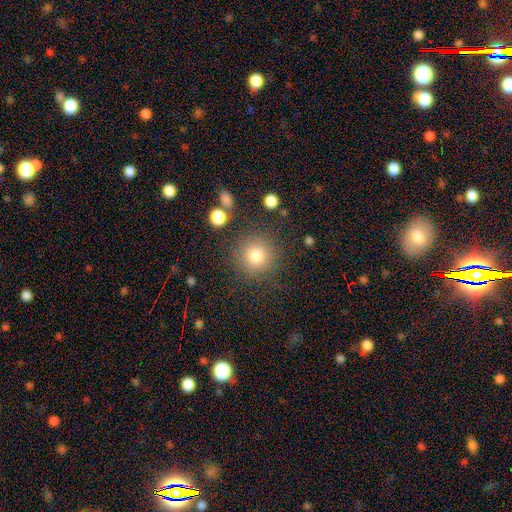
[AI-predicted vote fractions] Overall: smooth (80%). How rounded: round (94%). Merging: none (84%).